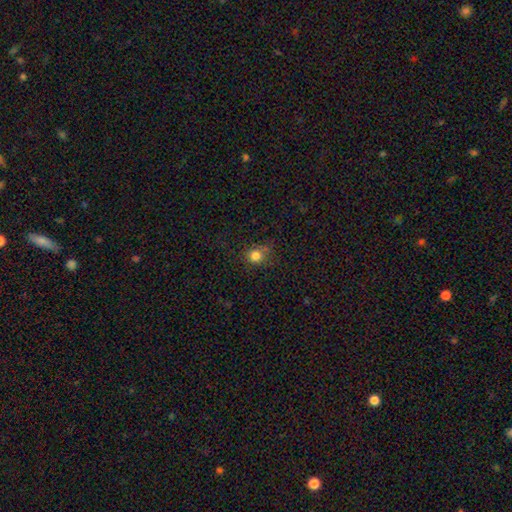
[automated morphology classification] Smooth or featured?
  - smooth: 81% *
  - star or artifact: 14%
  - featured or disk: 6%
How rounded?
  - round: 83% *
  - in between: 16%
  - cigar-shaped: 1%
Merging?
  - none: 71% *
  - minor disturbance: 19%
  - major disturbance: 7%
  - merger: 3%